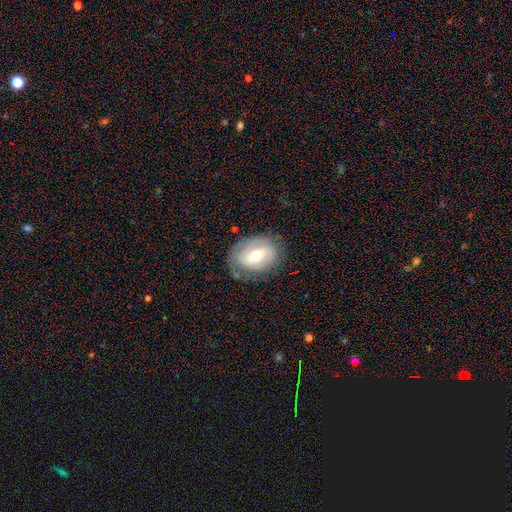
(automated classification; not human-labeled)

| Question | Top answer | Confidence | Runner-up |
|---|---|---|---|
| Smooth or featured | featured or disk | 47% | smooth (45%) |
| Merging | none | 72% | minor disturbance (19%) |